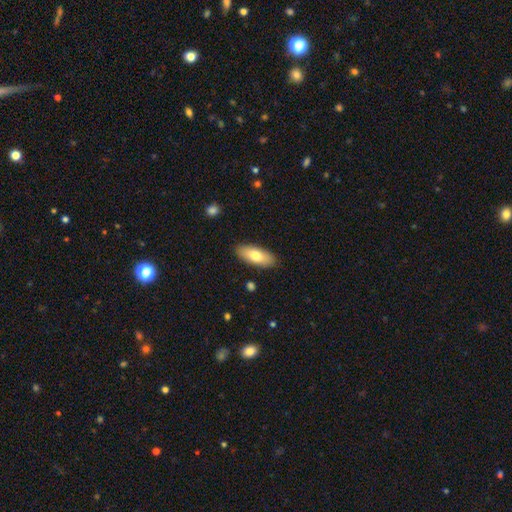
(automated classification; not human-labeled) A smooth galaxy with no disk features (75%) that is in between round and cigar-shaped (79%). Merging: none (88%).